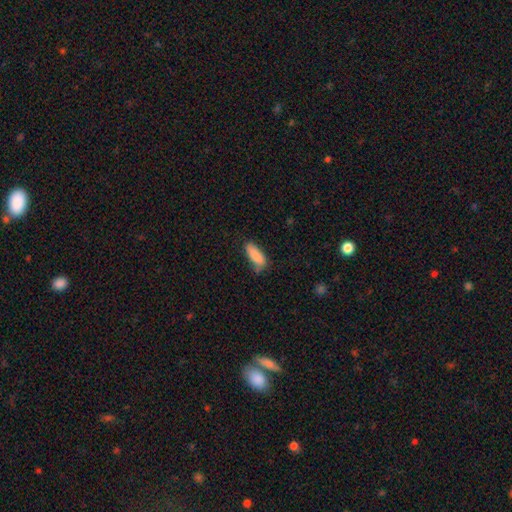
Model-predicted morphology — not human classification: smooth-or-featured: smooth: 87% | star or artifact: 7% | featured or disk: 7%
  how-rounded: in between: 61% | cigar-shaped: 37% | round: 2%
  merging: none: 67% | minor disturbance: 25% | major disturbance: 5% | merger: 3%